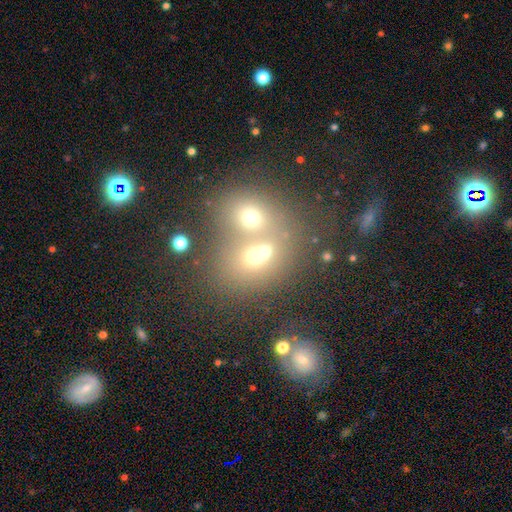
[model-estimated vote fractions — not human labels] smooth 52%, featured or disk 25%, star or artifact 24%. Down the decision tree: how rounded — round (60%); merging — merger (62%).